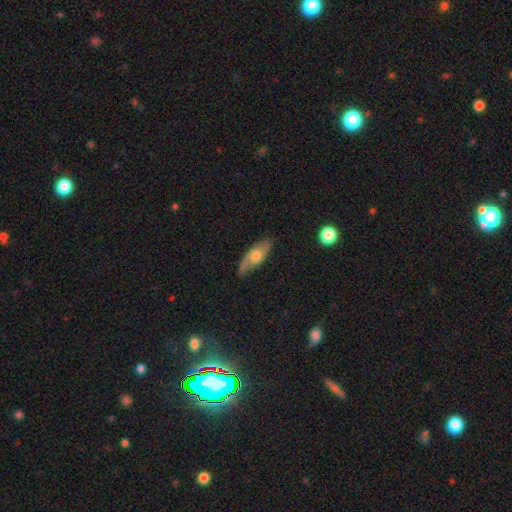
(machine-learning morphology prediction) Q: Smooth or featured?
A: featured or disk (49%); runner-up: smooth (45%)
Q: Merging?
A: none (73%); runner-up: minor disturbance (21%)